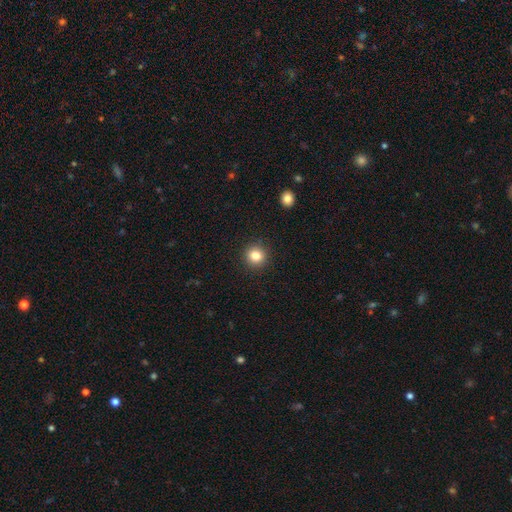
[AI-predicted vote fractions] Morphology: type=smooth (83%); roundness=round (91%); merging=none (92%).